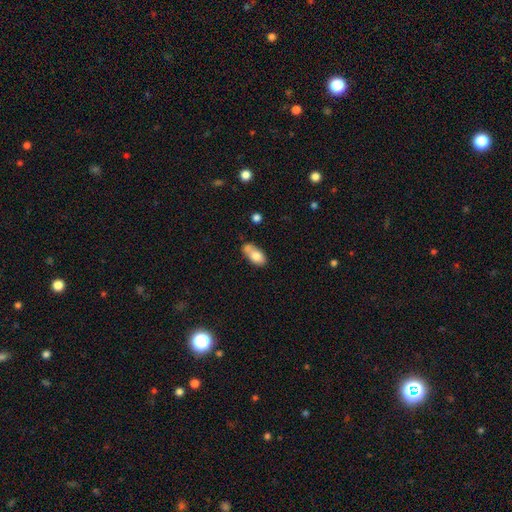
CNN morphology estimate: type=smooth (75%); roundness=in between (86%); merging=none (37%).